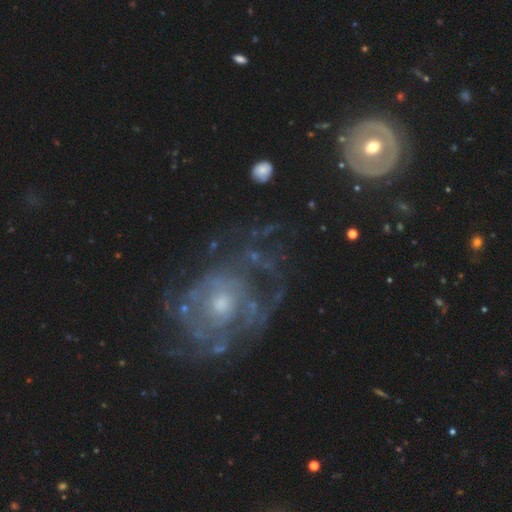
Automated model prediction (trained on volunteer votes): Smooth or featured? featured or disk (76%)
Edge-on disk? no (97%)
Bar? no (82%)
Spiral arms? yes (73%)
Spiral winding? tight (53%)
Spiral arm count? can't tell (50%)
Bulge size? moderate (51%)
Merging? none (56%)